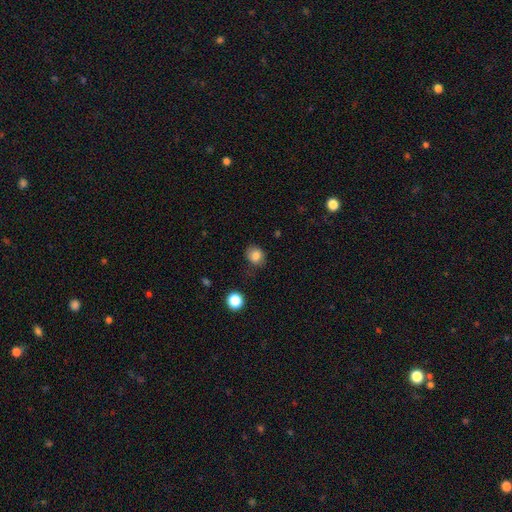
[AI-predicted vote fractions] Q: Smooth or featured?
A: smooth (83%); runner-up: star or artifact (11%)
Q: How rounded?
A: round (72%); runner-up: in between (28%)
Q: Merging?
A: none (73%); runner-up: minor disturbance (20%)